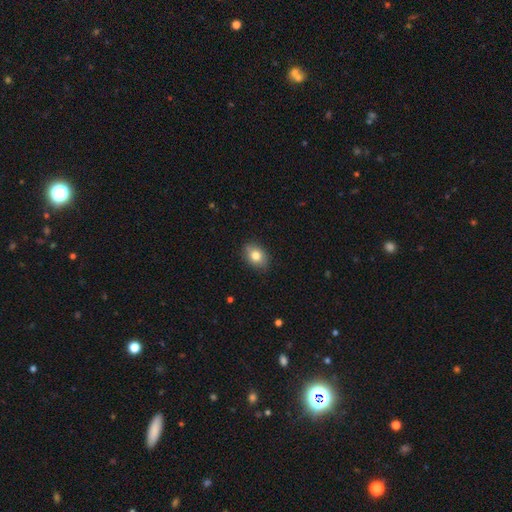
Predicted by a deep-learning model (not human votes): This appears to be a smooth galaxy with no disk features (80%) that is in between round and cigar-shaped (73%). Merging: none (87%).